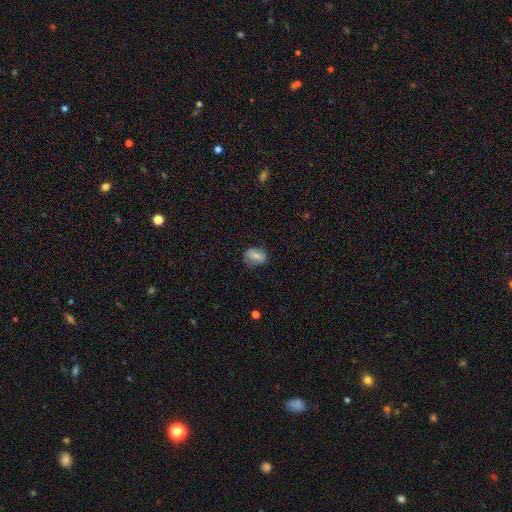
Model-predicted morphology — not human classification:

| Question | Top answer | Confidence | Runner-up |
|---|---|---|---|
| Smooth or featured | smooth | 66% | featured or disk (25%) |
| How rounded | in between | 65% | round (32%) |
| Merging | none | 74% | minor disturbance (19%) |